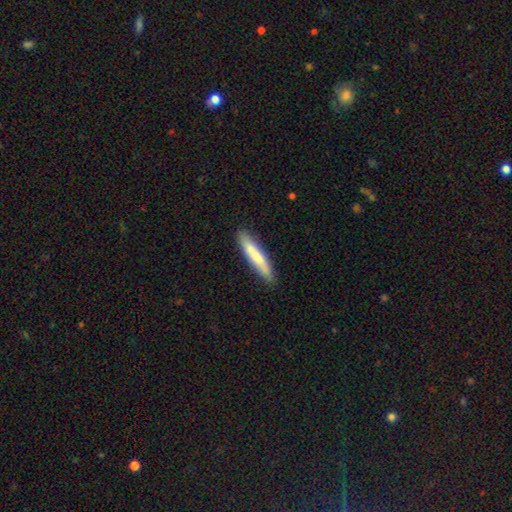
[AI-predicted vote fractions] smooth 71%, featured or disk 24%, star or artifact 5%. Down the decision tree: how rounded — cigar-shaped (90%); merging — none (87%).